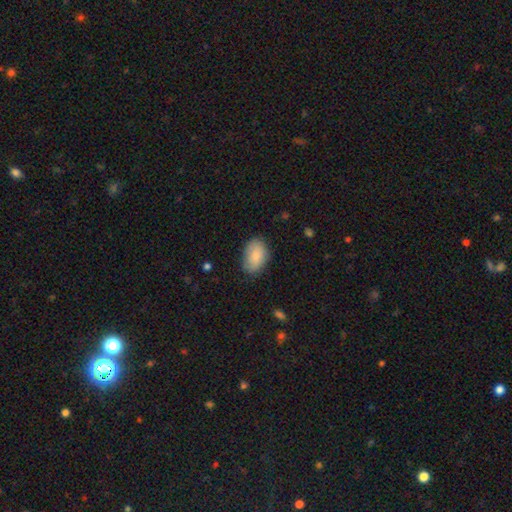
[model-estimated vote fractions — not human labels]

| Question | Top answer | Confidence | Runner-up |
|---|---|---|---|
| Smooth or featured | smooth | 85% | featured or disk (9%) |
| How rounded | in between | 90% | round (9%) |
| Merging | none | 77% | minor disturbance (18%) |